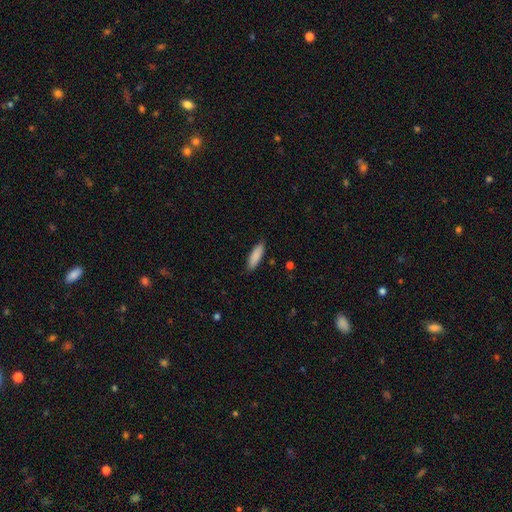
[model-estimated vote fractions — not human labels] The model was most divided on "how rounded": cigar-shaped: 56%, in between: 42%, round: 1%. More confident: smooth or featured — smooth (88%); merging — none (88%).